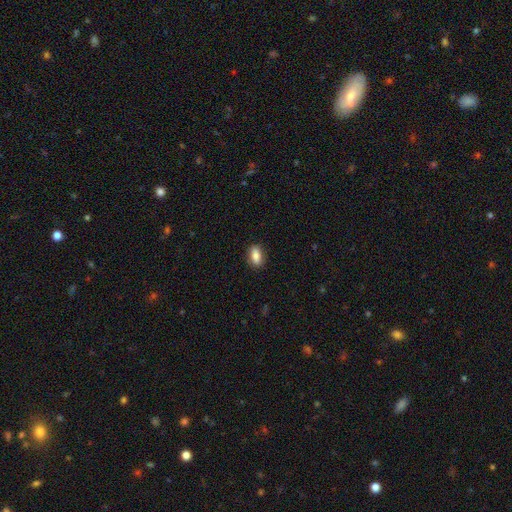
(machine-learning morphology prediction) Smooth or featured?
  - smooth: 82% *
  - featured or disk: 11%
  - star or artifact: 7%
How rounded?
  - in between: 85% *
  - round: 8%
  - cigar-shaped: 6%
Merging?
  - none: 86% *
  - minor disturbance: 10%
  - major disturbance: 2%
  - merger: 1%